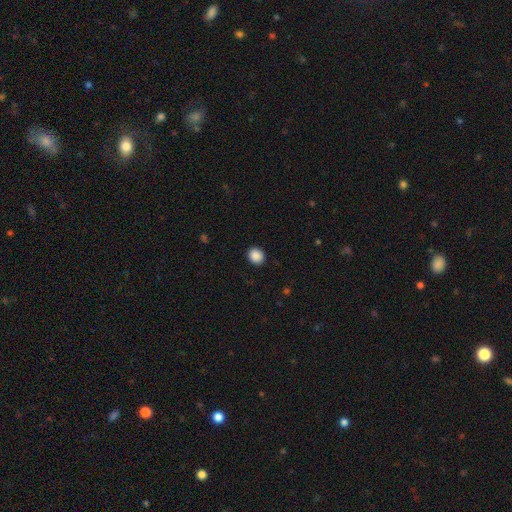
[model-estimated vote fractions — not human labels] The model was most divided on "how rounded": round: 73%, in between: 26%, cigar-shaped: 1%. More confident: merging — none (90%); smooth or featured — smooth (89%).